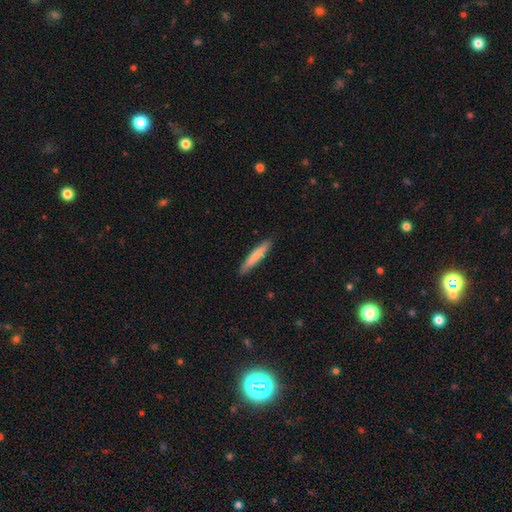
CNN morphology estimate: type=smooth (76%); roundness=cigar-shaped (92%); merging=none (90%).